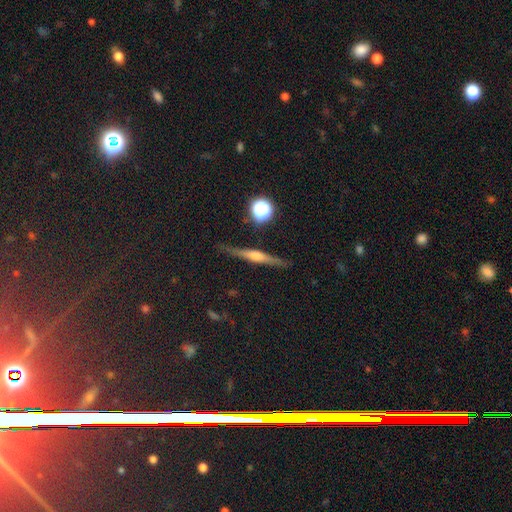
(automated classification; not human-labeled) A featured or disk galaxy (68%) viewed edge-on (97%) with a rounded central bulge (75%).

Vote fractions:
- Smooth or featured? featured or disk: 68% / smooth: 23% / star or artifact: 9%
- Edge-on disk? yes: 97% / no: 3%
- Edge-on bulge? rounded: 75% / boxy: 15% / none: 10%
- Merging? none: 86% / minor disturbance: 10% / major disturbance: 2% / merger: 2%